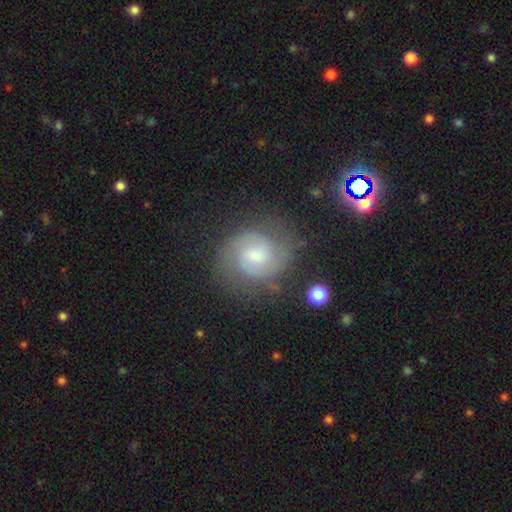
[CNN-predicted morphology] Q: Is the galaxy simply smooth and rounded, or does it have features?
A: featured or disk — 82%.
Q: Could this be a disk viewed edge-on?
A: no — 98%.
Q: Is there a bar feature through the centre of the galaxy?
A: weak — 53%.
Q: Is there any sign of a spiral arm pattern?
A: yes — 96%.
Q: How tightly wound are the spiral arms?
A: medium — 48%.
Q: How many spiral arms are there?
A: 2 — 82%.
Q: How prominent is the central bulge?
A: small — 51%.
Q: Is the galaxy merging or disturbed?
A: none — 75%.